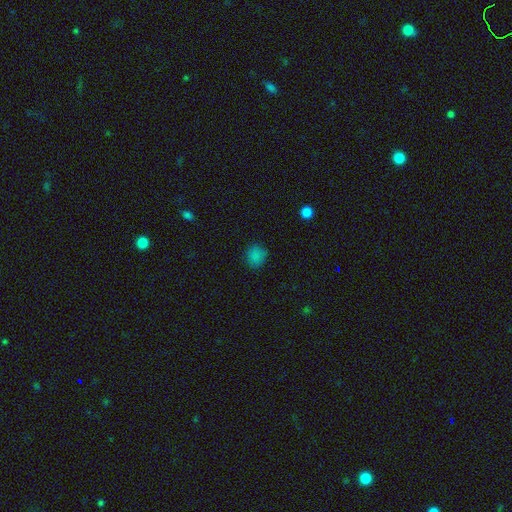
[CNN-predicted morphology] Smooth or featured? smooth (81%)
How rounded? round (82%)
Merging? none (85%)